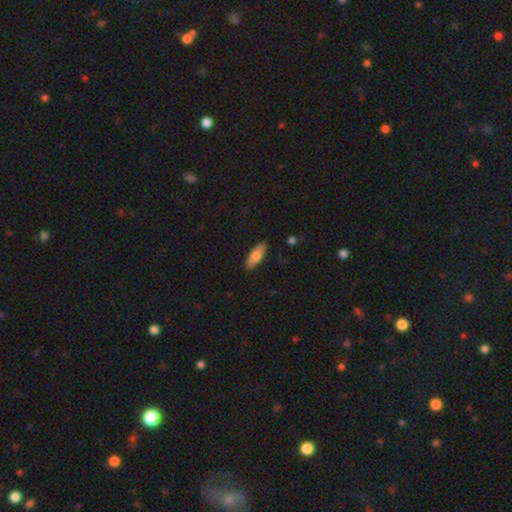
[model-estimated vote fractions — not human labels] Q: Smooth or featured?
A: smooth (78%); runner-up: featured or disk (16%)
Q: How rounded?
A: in between (67%); runner-up: cigar-shaped (31%)
Q: Merging?
A: none (87%); runner-up: minor disturbance (10%)